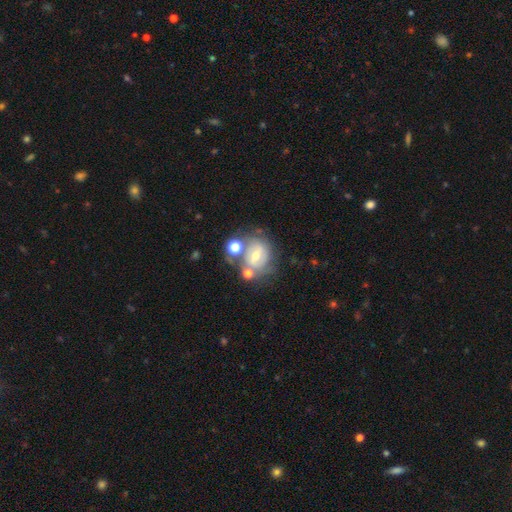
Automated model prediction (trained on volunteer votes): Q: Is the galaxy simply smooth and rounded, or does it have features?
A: featured or disk — 55%.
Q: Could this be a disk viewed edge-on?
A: no — 96%.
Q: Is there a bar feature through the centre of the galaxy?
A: weak — 43%.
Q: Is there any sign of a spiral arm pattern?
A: yes — 66%.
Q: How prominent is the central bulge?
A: moderate — 47%.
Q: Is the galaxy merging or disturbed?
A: none — 48%.